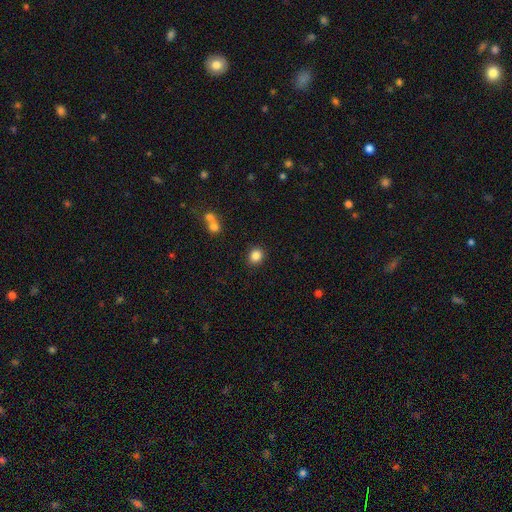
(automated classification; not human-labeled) Smooth or featured? smooth (86%)
How rounded? round (79%)
Merging? none (88%)